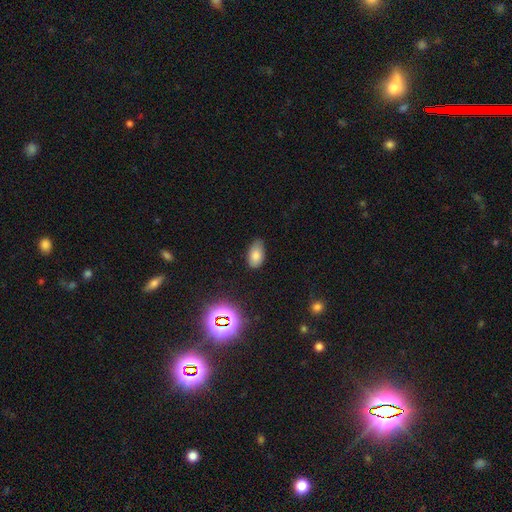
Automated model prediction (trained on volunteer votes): Smooth or featured? smooth (77%)
How rounded? in between (92%)
Merging? none (70%)